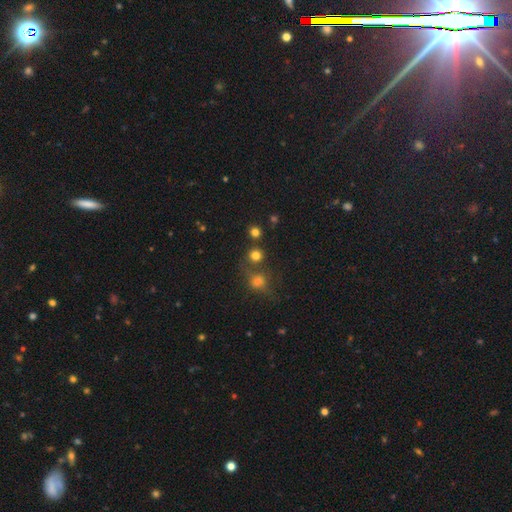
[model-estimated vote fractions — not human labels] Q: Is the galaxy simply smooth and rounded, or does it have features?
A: smooth — 77%.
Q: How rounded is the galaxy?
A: round — 89%.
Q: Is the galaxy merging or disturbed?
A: none — 68%.